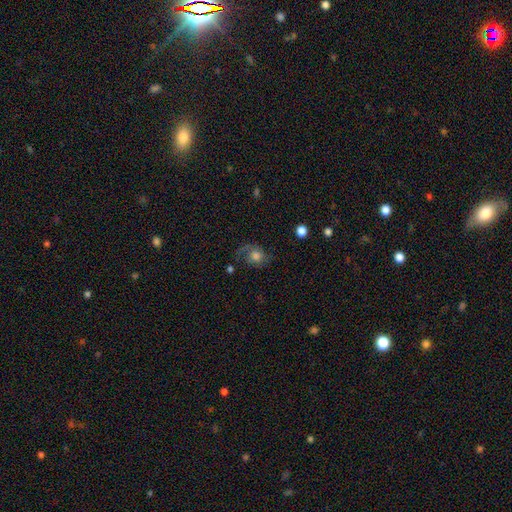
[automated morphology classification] type=featured or disk (45%); merging=none (55%).